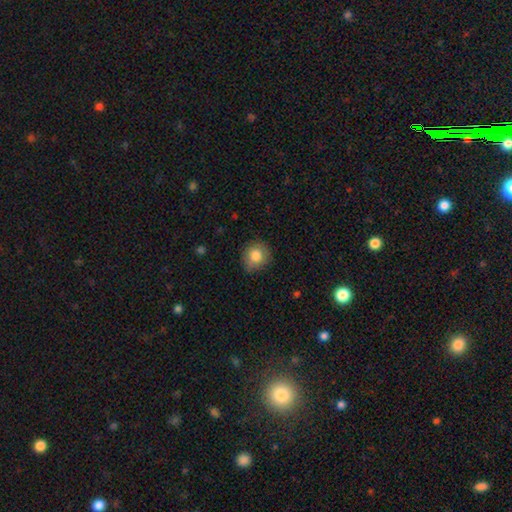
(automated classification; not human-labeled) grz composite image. It shows a smooth galaxy with no disk features (83%) that is round (84%). Merging: none (77%).